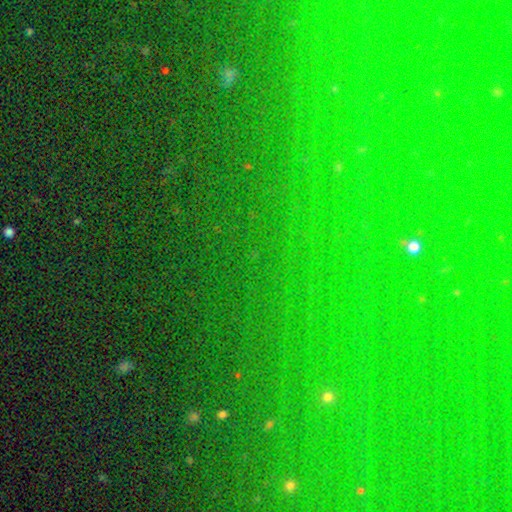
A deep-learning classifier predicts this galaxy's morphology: smooth-or-featured: star or artifact: 81% | smooth: 11% | featured or disk: 8%